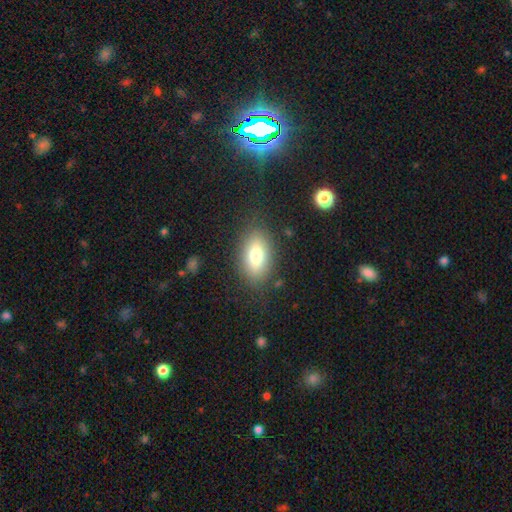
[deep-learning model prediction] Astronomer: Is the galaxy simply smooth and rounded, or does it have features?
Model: smooth — 75%.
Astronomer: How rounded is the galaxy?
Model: in between — 86%.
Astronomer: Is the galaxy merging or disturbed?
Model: none — 82%.